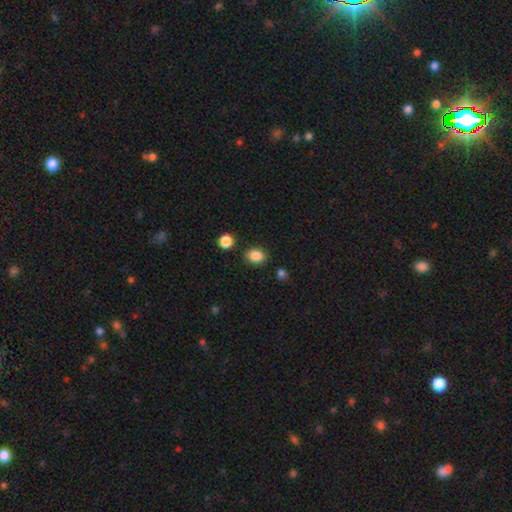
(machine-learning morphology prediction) type=smooth (86%); roundness=in between (60%); merging=none (83%).